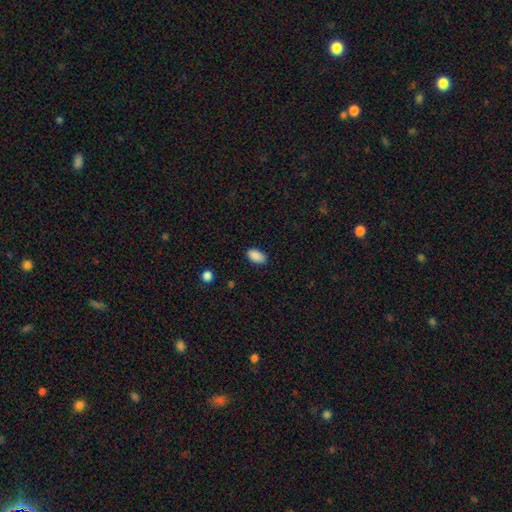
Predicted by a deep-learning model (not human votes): smooth_or_featured: smooth (p=0.89) [alt: star or artifact p=0.08]
how_rounded: in between (p=0.94) [alt: round p=0.04]
merging: none (p=0.87) [alt: minor disturbance p=0.10]